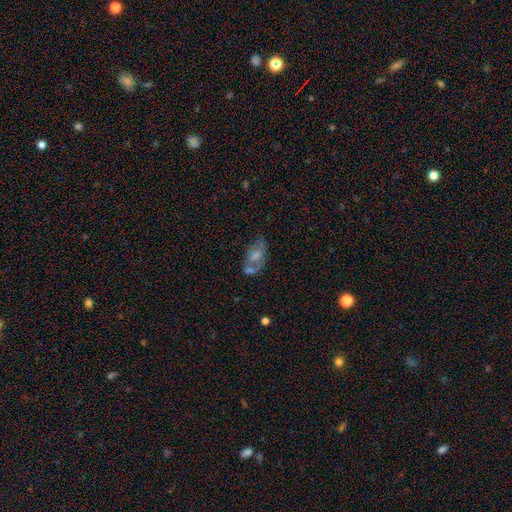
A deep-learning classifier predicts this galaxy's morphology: This is possibly a smooth galaxy (50%). Merging: marginally none (34%).